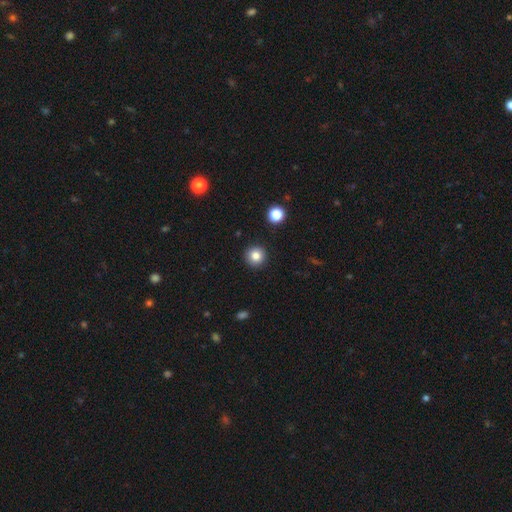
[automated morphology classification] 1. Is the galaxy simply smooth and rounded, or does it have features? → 83% smooth, 11% star or artifact, 6% featured or disk.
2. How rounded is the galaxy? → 95% round, 4% in between, 1% cigar-shaped.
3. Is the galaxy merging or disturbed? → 92% none, 5% minor disturbance, 2% major disturbance, 1% merger.